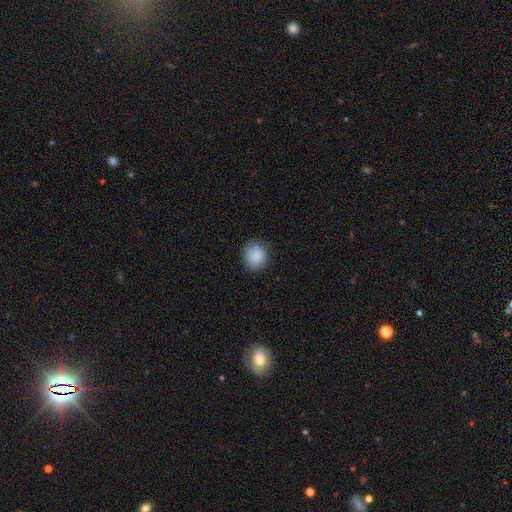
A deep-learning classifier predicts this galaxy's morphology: Q: Smooth or featured?
A: smooth (87%); runner-up: star or artifact (8%)
Q: How rounded?
A: round (89%); runner-up: in between (10%)
Q: Merging?
A: none (81%); runner-up: minor disturbance (14%)